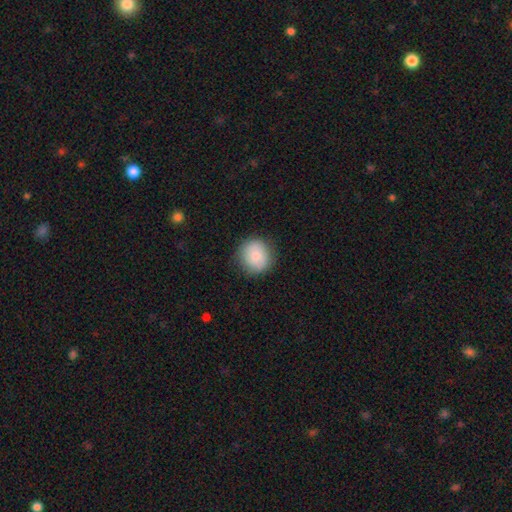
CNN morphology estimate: This is clearly a smooth galaxy (81%). How rounded: clearly round (89%). Merging: clearly none (86%).